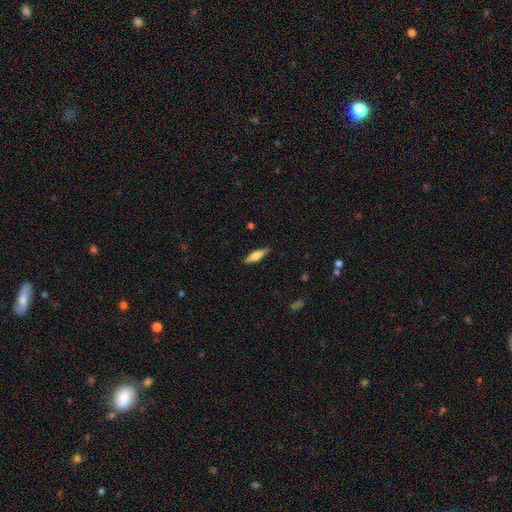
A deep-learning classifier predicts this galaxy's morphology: Q: Smooth or featured?
A: smooth (52%); runner-up: featured or disk (42%)
Q: How rounded?
A: cigar-shaped (63%); runner-up: in between (35%)
Q: Merging?
A: none (87%); runner-up: minor disturbance (10%)